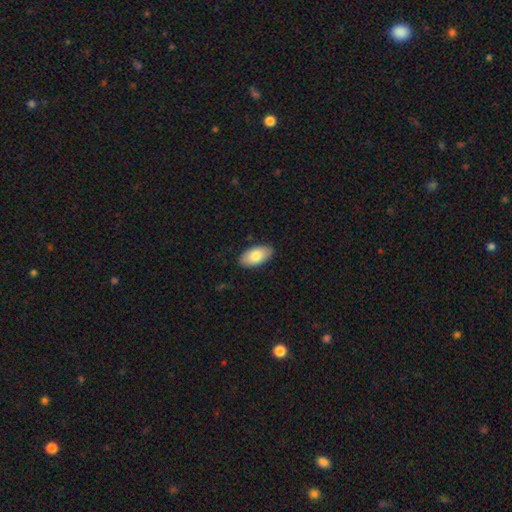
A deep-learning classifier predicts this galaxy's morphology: Smooth or featured? smooth (82%)
How rounded? in between (95%)
Merging? none (88%)